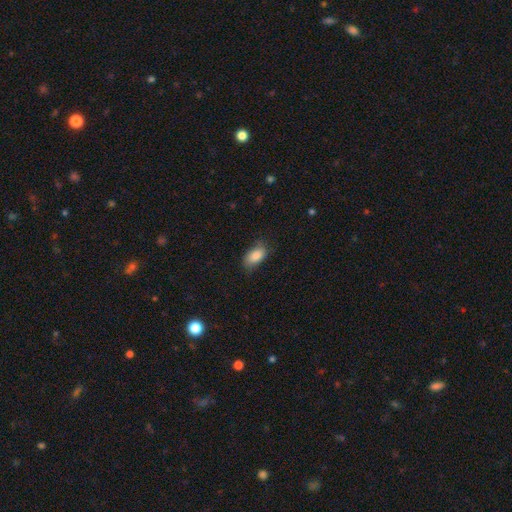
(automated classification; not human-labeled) A smooth galaxy with no disk features (87%) that is in between round and cigar-shaped (92%).

Vote fractions:
- Smooth or featured? smooth: 87% / star or artifact: 7% / featured or disk: 6%
- How rounded? in between: 92% / round: 5% / cigar-shaped: 3%
- Merging? none: 73% / minor disturbance: 21% / major disturbance: 5% / merger: 1%